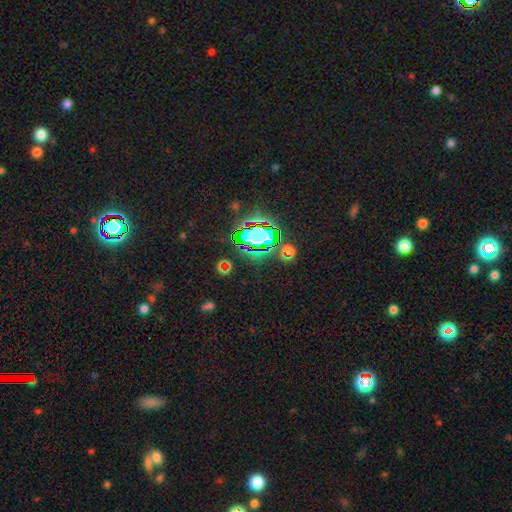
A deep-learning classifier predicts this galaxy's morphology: Overall: star or artifact (78%).